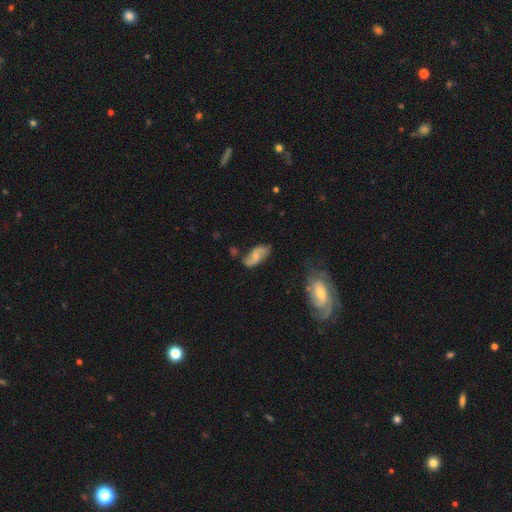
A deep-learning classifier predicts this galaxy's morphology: Q: Smooth or featured?
A: featured or disk (56%); runner-up: smooth (36%)
Q: Edge-on disk?
A: no (94%); runner-up: yes (6%)
Q: Bar?
A: no (55%); runner-up: weak (36%)
Q: Spiral arms?
A: yes (86%); runner-up: no (14%)
Q: Bulge size?
A: small (48%); runner-up: moderate (38%)
Q: Merging?
A: none (68%); runner-up: minor disturbance (21%)